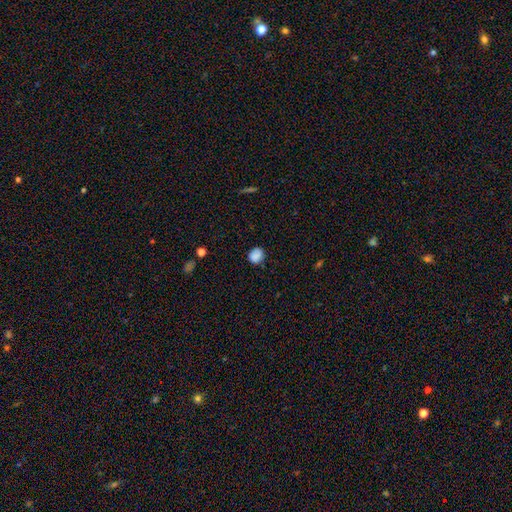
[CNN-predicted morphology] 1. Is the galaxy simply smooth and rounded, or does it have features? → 84% smooth, 10% star or artifact, 6% featured or disk.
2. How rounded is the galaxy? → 68% round, 31% in between, 1% cigar-shaped.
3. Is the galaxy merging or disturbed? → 77% none, 18% minor disturbance, 4% major disturbance, 2% merger.